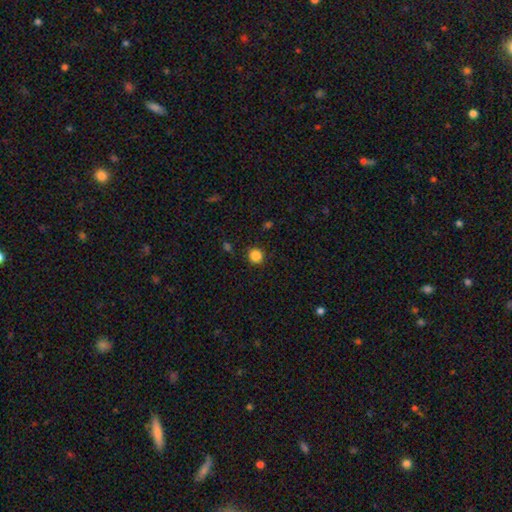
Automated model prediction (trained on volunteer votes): smooth 85%, star or artifact 11%, featured or disk 3%. Down the decision tree: how rounded — round (90%); merging — none (88%).